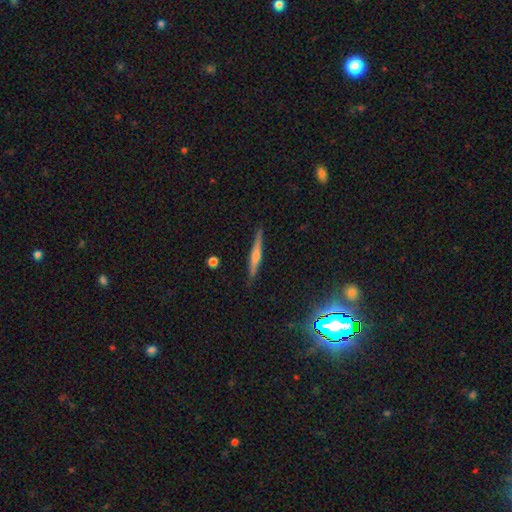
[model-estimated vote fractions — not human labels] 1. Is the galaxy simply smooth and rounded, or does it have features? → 63% featured or disk, 25% smooth, 12% star or artifact.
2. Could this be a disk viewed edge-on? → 97% yes, 3% no.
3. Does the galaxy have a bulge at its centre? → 71% rounded, 15% none, 13% boxy.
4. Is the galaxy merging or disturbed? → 90% none, 7% minor disturbance, 2% major disturbance, 1% merger.